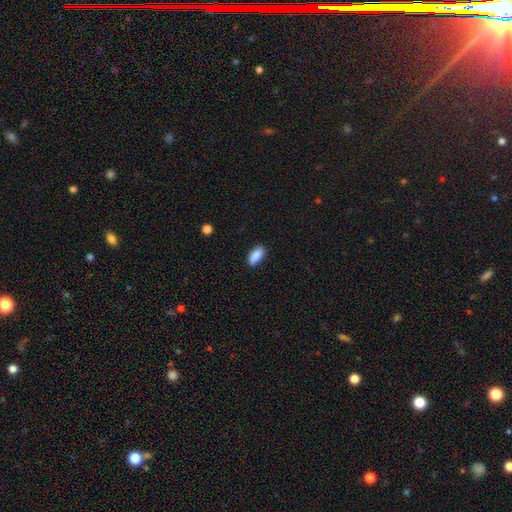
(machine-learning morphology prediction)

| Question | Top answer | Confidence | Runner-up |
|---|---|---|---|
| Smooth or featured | smooth | 88% | star or artifact (7%) |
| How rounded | in between | 88% | cigar-shaped (10%) |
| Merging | none | 86% | minor disturbance (11%) |